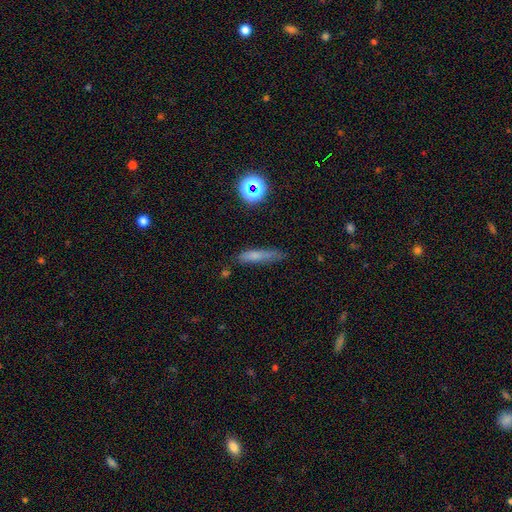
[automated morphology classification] Smooth or featured? smooth (66%)
How rounded? cigar-shaped (80%)
Merging? none (66%)